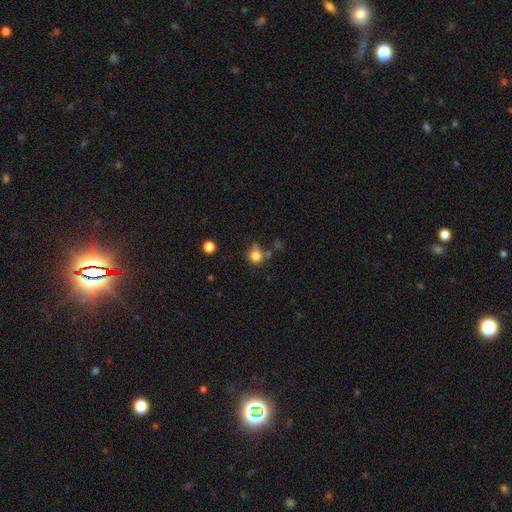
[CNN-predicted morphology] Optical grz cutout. It shows a smooth galaxy with no disk features (81%) that is round (86%). Merging: none (58%).